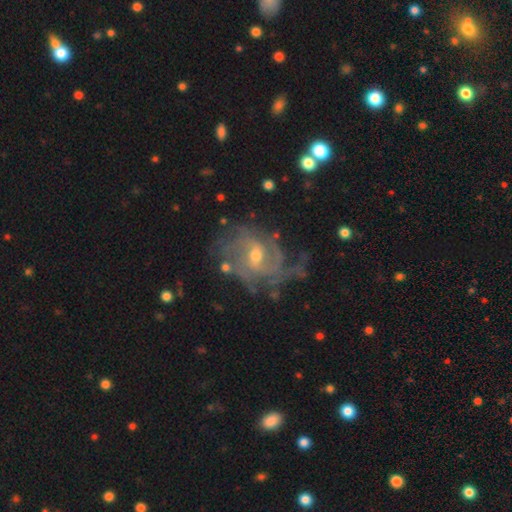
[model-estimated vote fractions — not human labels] A featured or disk galaxy (86%) with a weak bar (52%), medium (42%) spiral arms (93%) and a moderate central bulge (54%).

Vote fractions:
- Smooth or featured? featured or disk: 86% / smooth: 7% / star or artifact: 7%
- Edge-on disk? no: 97% / yes: 3%
- Bar? weak: 52% / no: 35% / strong: 12%
- Spiral arms? yes: 93% / no: 7%
- Spiral winding? medium: 42% / tight: 41% / loose: 17%
- Spiral arm count? can't tell: 32% / 2: 28% / 3: 19% / 4: 10% / 1: 6% / more than 4: 6%
- Bulge size? moderate: 54% / small: 41% / large: 2% / none: 1% / dominant: 1%
- Merging? none: 56% / minor disturbance: 23% / major disturbance: 18% / merger: 3%